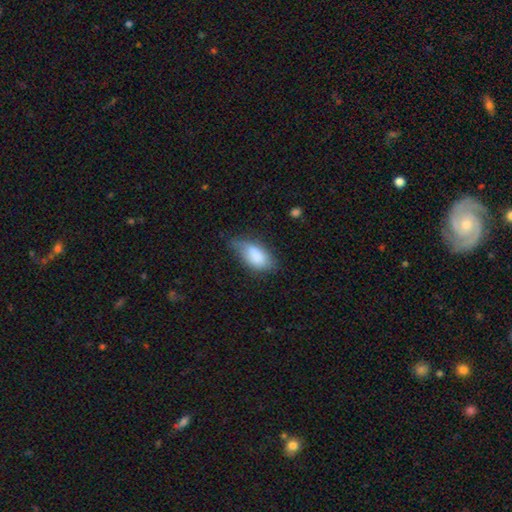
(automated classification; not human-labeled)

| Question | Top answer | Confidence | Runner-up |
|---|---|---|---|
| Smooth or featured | smooth | 83% | featured or disk (11%) |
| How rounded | in between | 91% | cigar-shaped (6%) |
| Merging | none | 47% | minor disturbance (39%) |